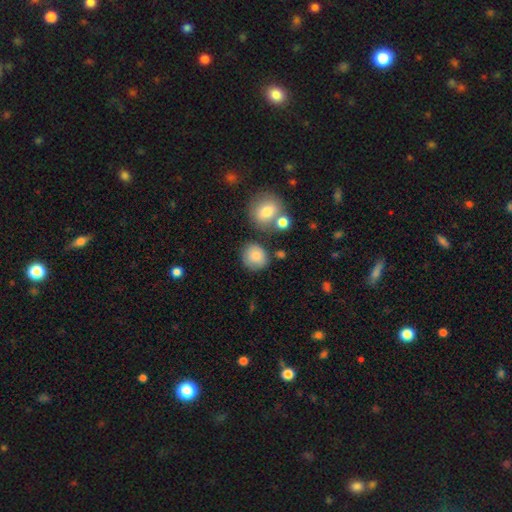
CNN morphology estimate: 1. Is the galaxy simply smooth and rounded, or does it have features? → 82% smooth, 10% star or artifact, 8% featured or disk.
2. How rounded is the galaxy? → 85% round, 14% in between, 1% cigar-shaped.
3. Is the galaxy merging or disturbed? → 74% none, 13% minor disturbance, 9% merger, 4% major disturbance.